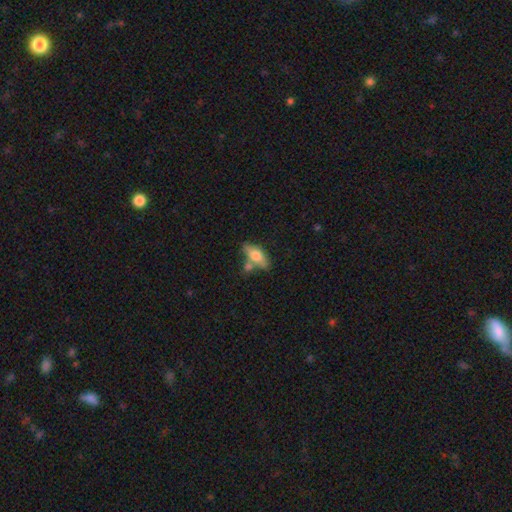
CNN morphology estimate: smooth-or-featured: smooth: 64% | featured or disk: 29% | star or artifact: 7%
  how-rounded: in between: 74% | cigar-shaped: 22% | round: 4%
  merging: none: 57% | merger: 21% | minor disturbance: 16% | major disturbance: 5%